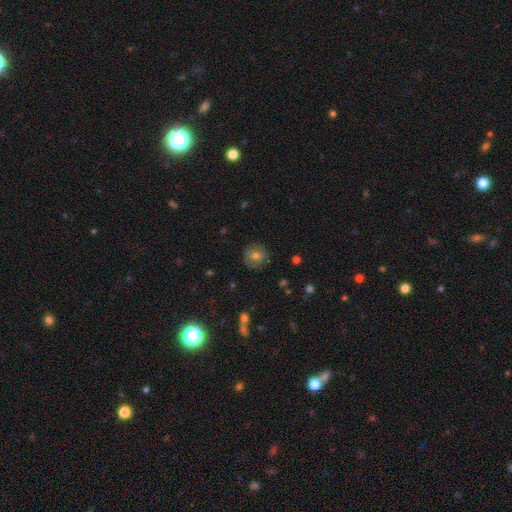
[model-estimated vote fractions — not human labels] Morphology: type=smooth (71%); roundness=round (92%); merging=none (87%).